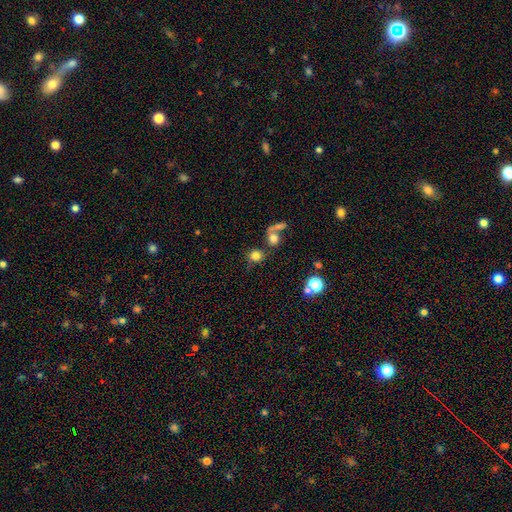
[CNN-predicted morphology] smooth 76%, star or artifact 13%, featured or disk 11%. Down the decision tree: how rounded — round (83%); merging — none (52%).